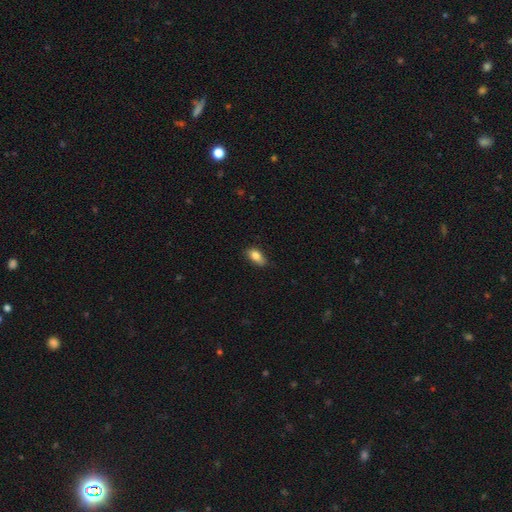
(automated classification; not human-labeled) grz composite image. It shows a smooth galaxy with no disk features (83%) that is in between round and cigar-shaped (88%). Merging: none (73%).